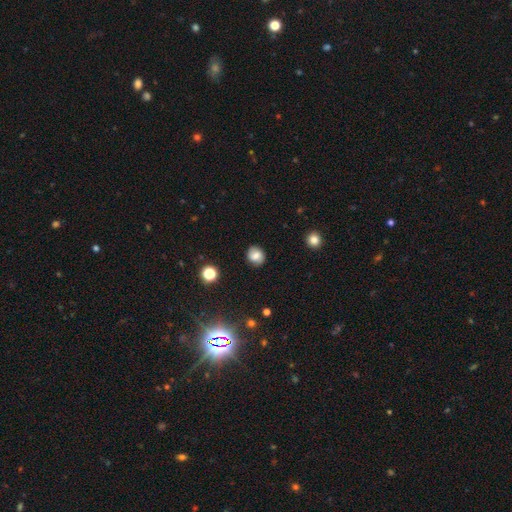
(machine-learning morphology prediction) Overall: smooth (77%). How rounded: round (76%). Merging: none (86%).